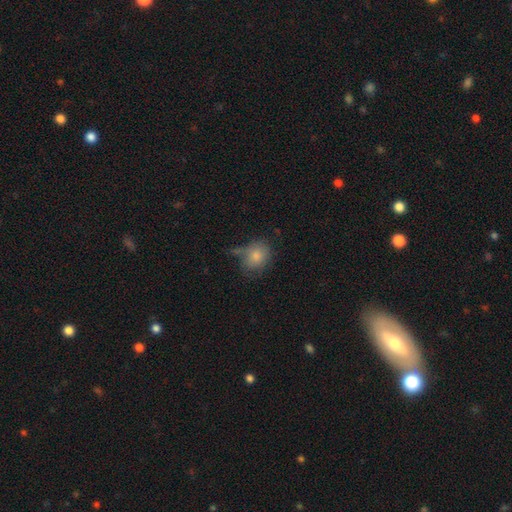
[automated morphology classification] type=smooth (81%); roundness=round (63%); merging=none (55%).